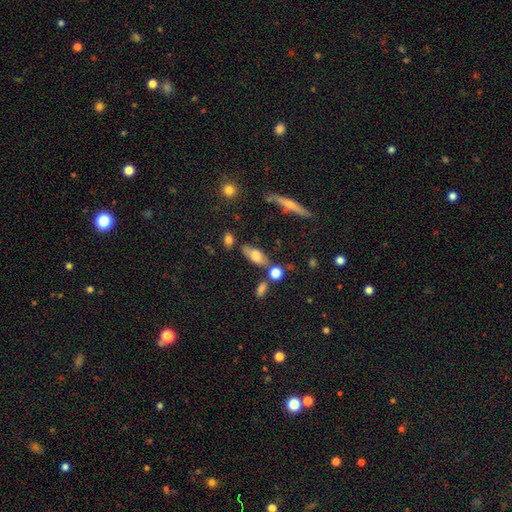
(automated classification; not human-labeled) A smooth galaxy with no disk features (63%) that is in between round and cigar-shaped (73%). Merging: none (67%).